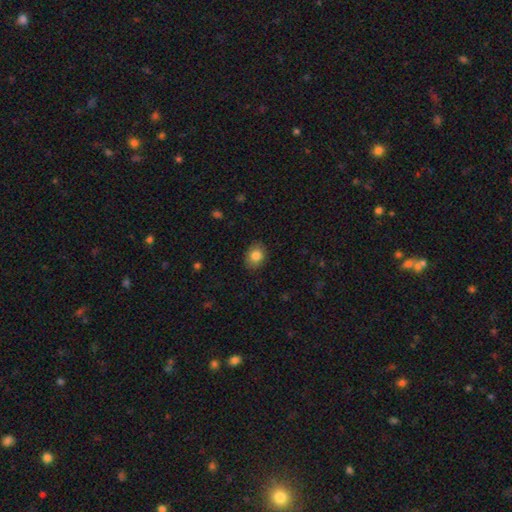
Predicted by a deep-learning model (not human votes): A smooth galaxy with no disk features (83%) that is in between round and cigar-shaped (55%).

Vote fractions:
- Smooth or featured? smooth: 83% / star or artifact: 9% / featured or disk: 8%
- How rounded? in between: 55% / round: 44% / cigar-shaped: 1%
- Merging? none: 87% / minor disturbance: 10% / major disturbance: 2% / merger: 1%